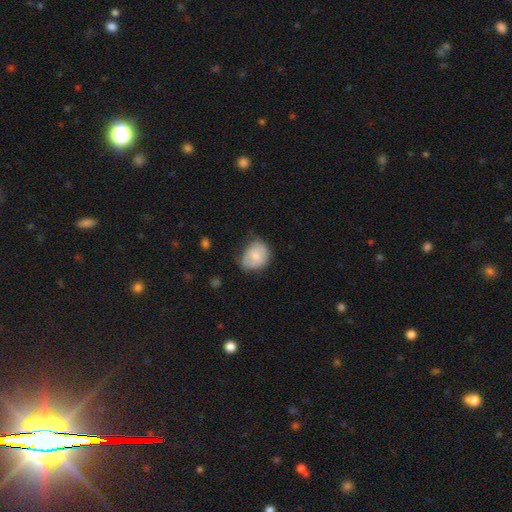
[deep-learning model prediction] A smooth galaxy with no disk features (66%) that is round (53%). Merging: none (50%).